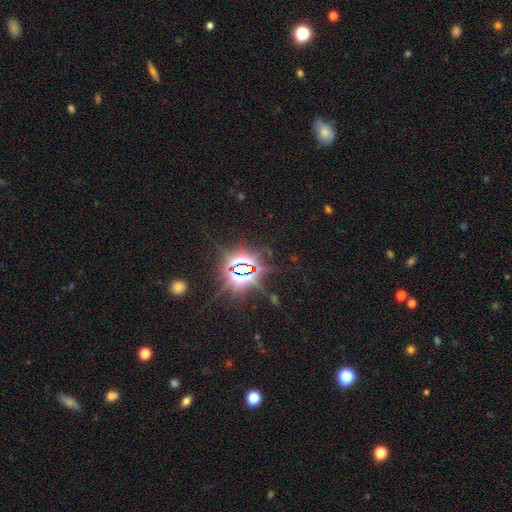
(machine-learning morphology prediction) Smooth or featured? Predicted: star or artifact (p=0.83).